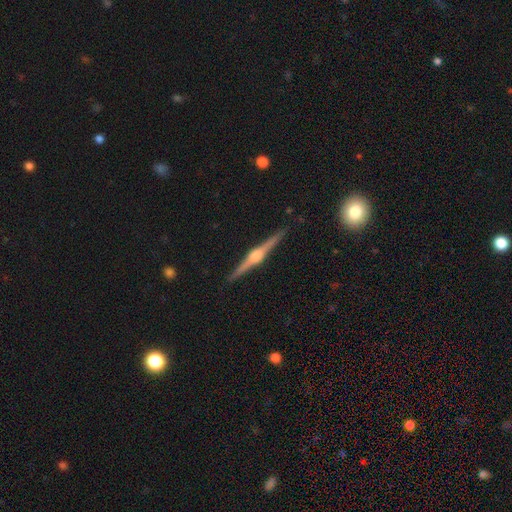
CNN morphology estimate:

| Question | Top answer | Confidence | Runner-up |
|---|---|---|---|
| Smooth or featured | featured or disk | 86% | smooth (9%) |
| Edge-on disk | yes | 99% | no (1%) |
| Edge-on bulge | rounded | 91% | boxy (7%) |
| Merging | none | 92% | minor disturbance (6%) |